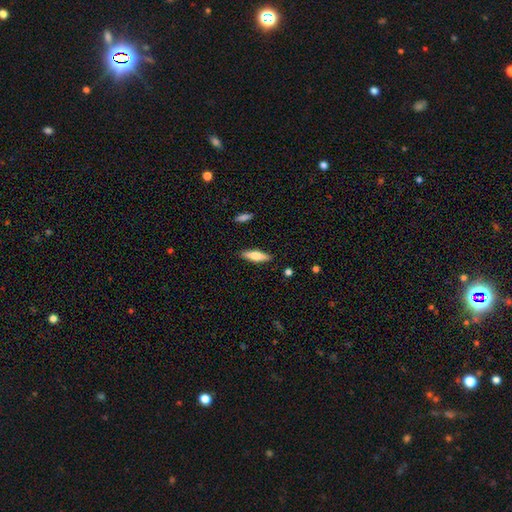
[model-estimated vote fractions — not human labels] The model was most divided on "how rounded": cigar-shaped: 61%, in between: 37%, round: 2%. More confident: merging — none (88%); smooth or featured — smooth (64%).